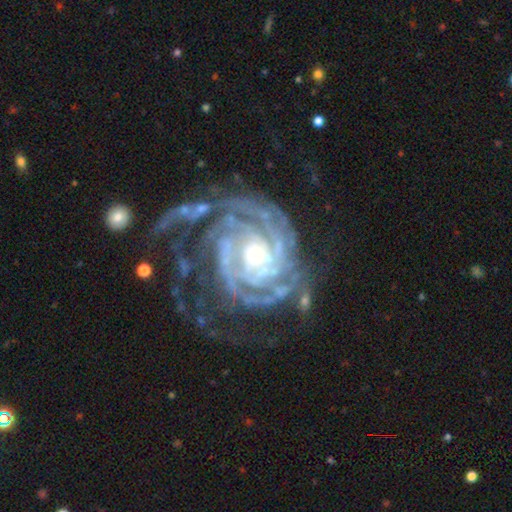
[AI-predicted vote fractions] Morphology: type=featured or disk (92%); edge-on=no (98%); bar=no (67%); spiral arms=yes (98%); winding=tight (74%); arm count=can't tell (21%); bulge=small (59%); merging=none (52%).